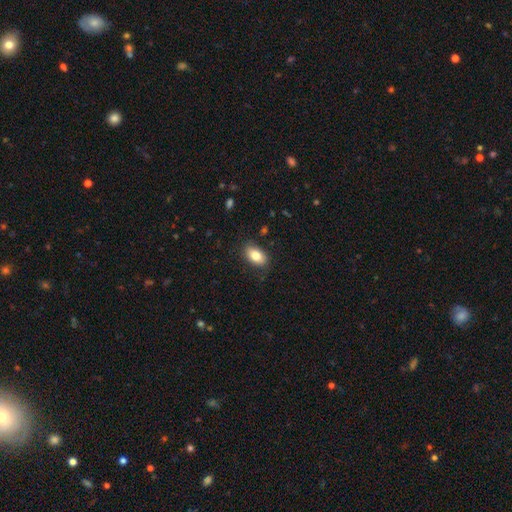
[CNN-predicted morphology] smooth-or-featured: smooth: 83% | featured or disk: 10% | star or artifact: 8%
  how-rounded: in between: 90% | round: 8% | cigar-shaped: 2%
  merging: none: 84% | minor disturbance: 12% | major disturbance: 3% | merger: 1%